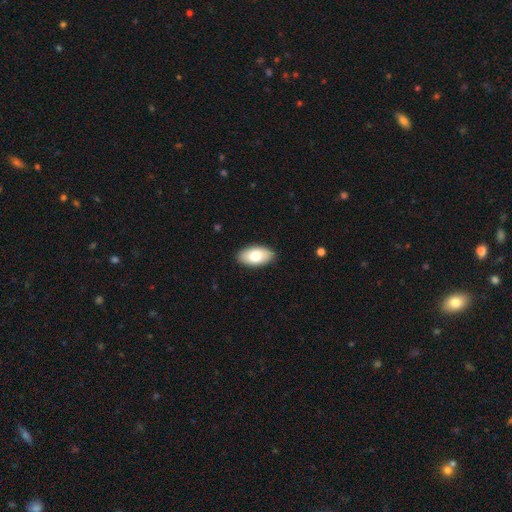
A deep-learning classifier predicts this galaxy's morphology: type=smooth (77%); roundness=in between (95%); merging=none (89%).